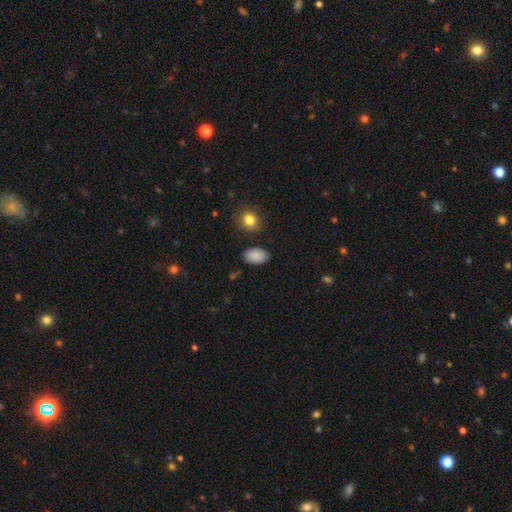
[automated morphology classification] smooth_or_featured: smooth (p=0.89) [alt: star or artifact p=0.07]
how_rounded: in between (p=0.91) [alt: round p=0.07]
merging: none (p=0.86) [alt: minor disturbance p=0.09]